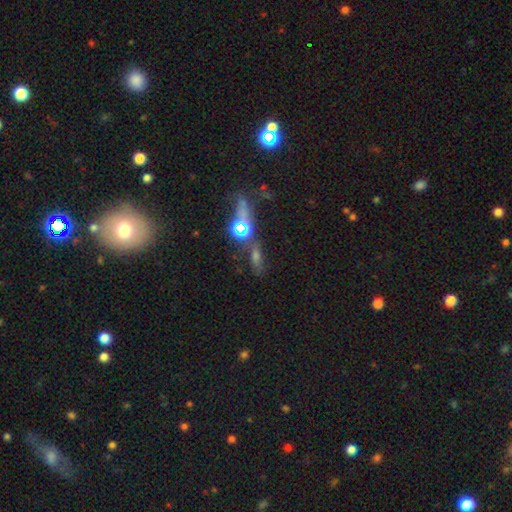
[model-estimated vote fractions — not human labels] A star or artifact, not a galaxy (38%).